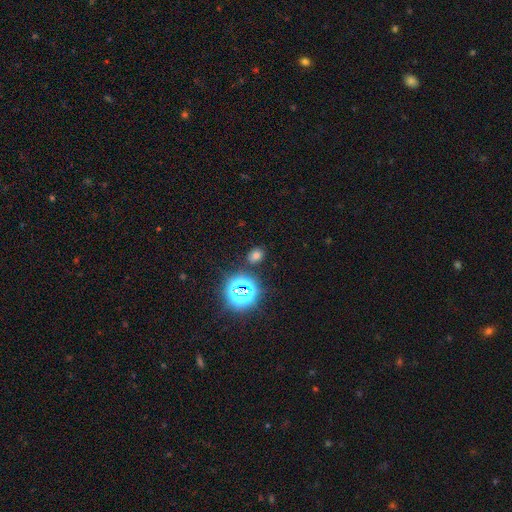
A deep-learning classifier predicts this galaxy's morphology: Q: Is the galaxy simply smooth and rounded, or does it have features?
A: smooth — 61%.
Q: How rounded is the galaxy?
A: in between — 52%.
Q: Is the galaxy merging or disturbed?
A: none — 83%.